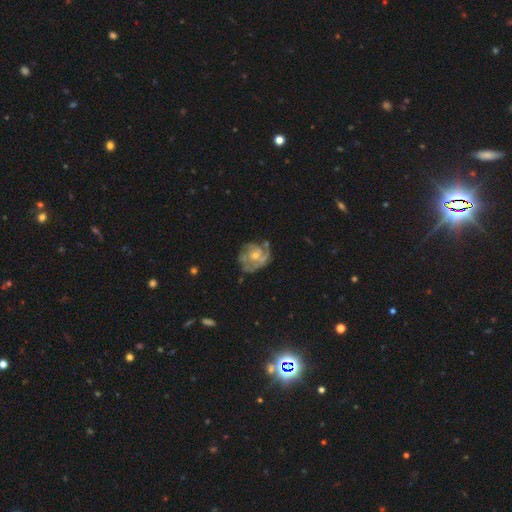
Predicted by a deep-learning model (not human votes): Smooth or featured? featured or disk (80%)
Edge-on disk? no (98%)
Bar? no (69%)
Spiral arms? yes (85%)
Spiral winding? tight (52%)
Spiral arm count? can't tell (33%)
Bulge size? moderate (47%)
Merging? none (56%)